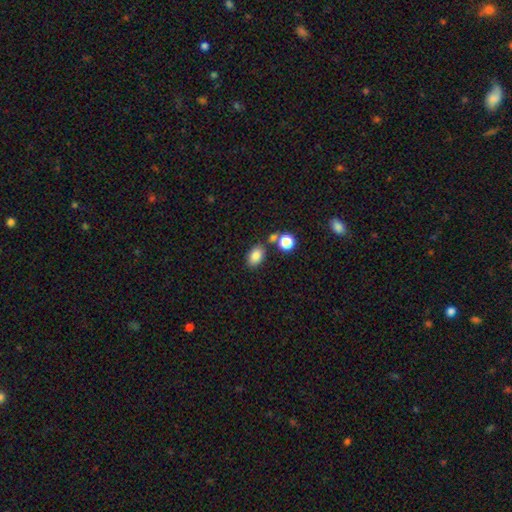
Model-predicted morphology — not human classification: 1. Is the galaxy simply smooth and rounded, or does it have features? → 84% smooth, 10% star or artifact, 6% featured or disk.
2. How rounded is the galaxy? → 83% in between, 15% round, 1% cigar-shaped.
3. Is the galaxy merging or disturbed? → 73% none, 12% merger, 12% minor disturbance, 4% major disturbance.